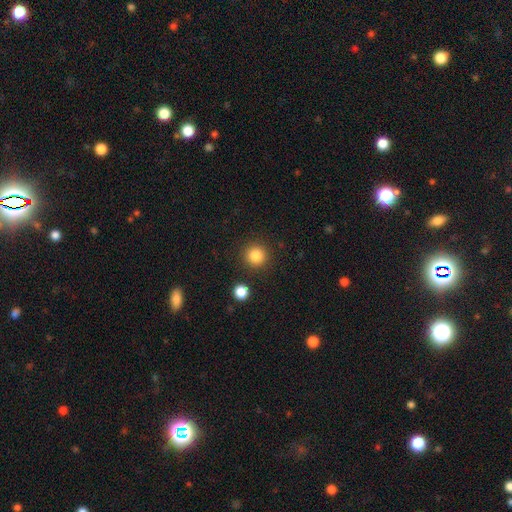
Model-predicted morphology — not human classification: Overall: smooth (84%). How rounded: round (95%). Merging: none (89%).